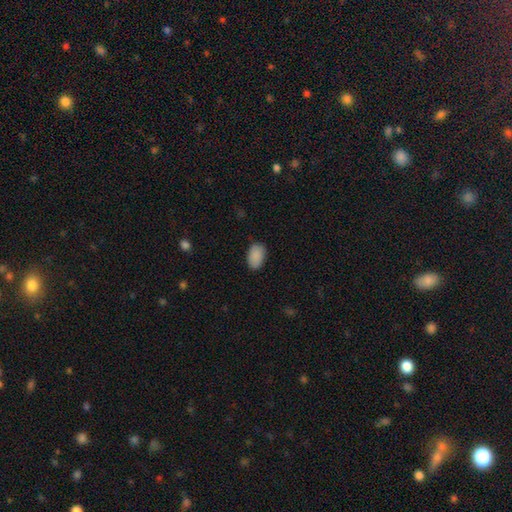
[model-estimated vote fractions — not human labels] A smooth galaxy with no disk features (90%) that is in between round and cigar-shaped (92%).

Vote fractions:
- Smooth or featured? smooth: 90% / star or artifact: 7% / featured or disk: 3%
- How rounded? in between: 92% / round: 7% / cigar-shaped: 1%
- Merging? none: 85% / minor disturbance: 11% / major disturbance: 2% / merger: 1%